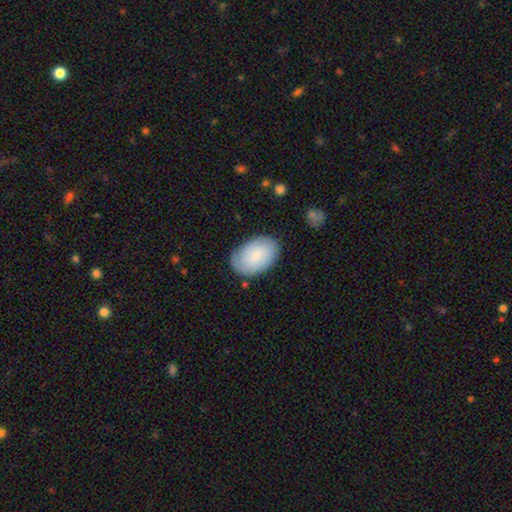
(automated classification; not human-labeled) This appears to be a smooth galaxy with no disk features (67%) that is in between round and cigar-shaped (89%). Merging: none (77%).